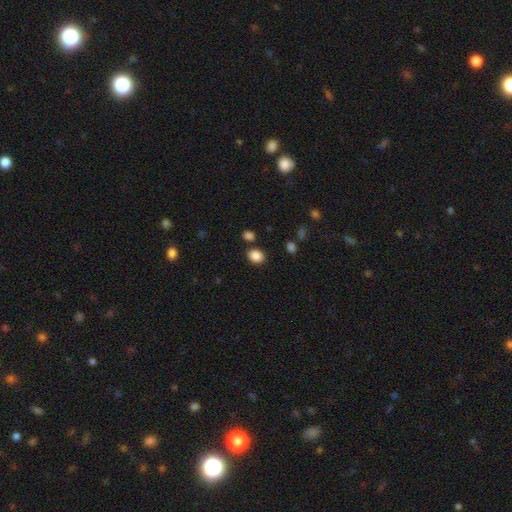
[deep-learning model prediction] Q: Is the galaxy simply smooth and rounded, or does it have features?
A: smooth — 87%.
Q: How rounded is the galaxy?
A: in between — 57%.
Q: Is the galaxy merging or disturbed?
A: none — 81%.